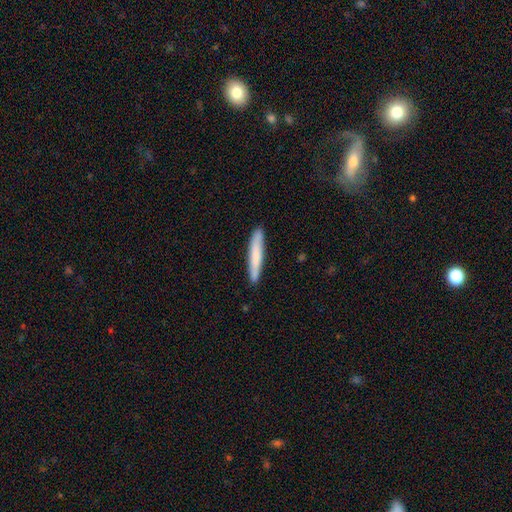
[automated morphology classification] The model was most divided on "smooth or featured": smooth: 74%, featured or disk: 21%, star or artifact: 5%. More confident: how rounded — cigar-shaped (94%); merging — none (88%).